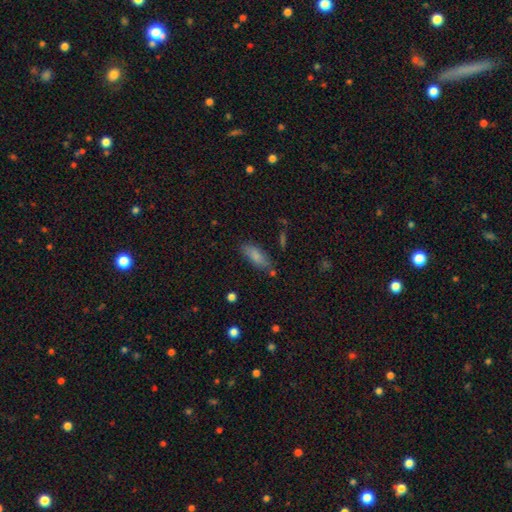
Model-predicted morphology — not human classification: A smooth galaxy with no disk features (81%) that is in between round and cigar-shaped (72%). Merging: none (75%).